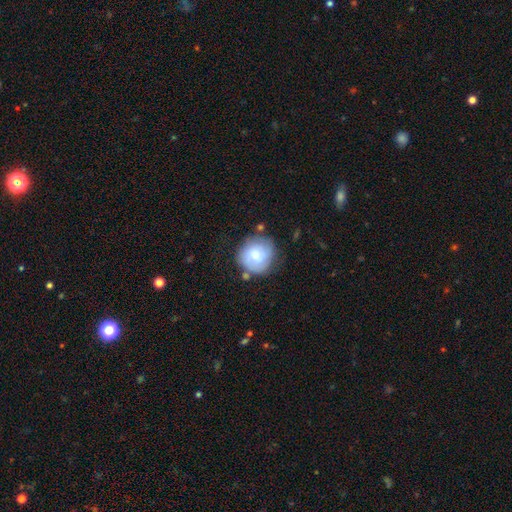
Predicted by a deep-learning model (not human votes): Morphology: type=smooth (61%); roundness=round (89%); merging=none (68%).